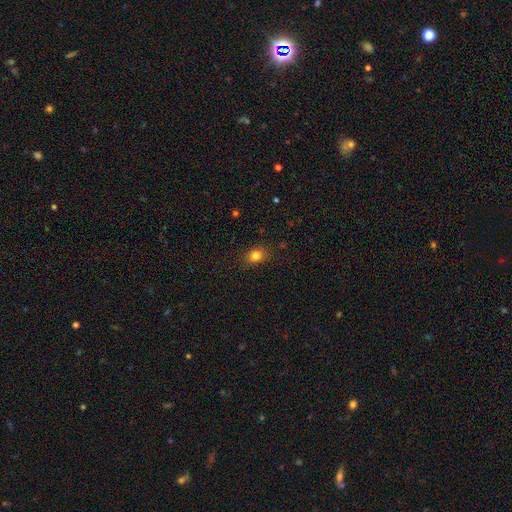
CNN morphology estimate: This appears to be a smooth galaxy with no disk features (80%) that is in between round and cigar-shaped (52%). Merging: none (86%).